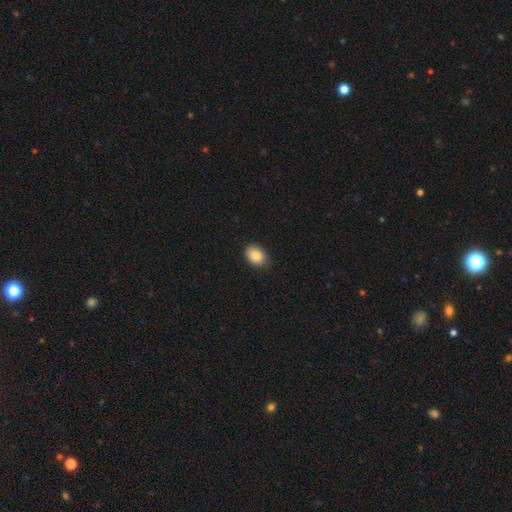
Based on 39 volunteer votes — smooth_or_featured: smooth (p=0.85) [alt: featured or disk p=0.10]
how_rounded: in between (p=0.64) [alt: round p=0.33]
merging: none (p=0.76) [alt: minor disturbance p=0.16]